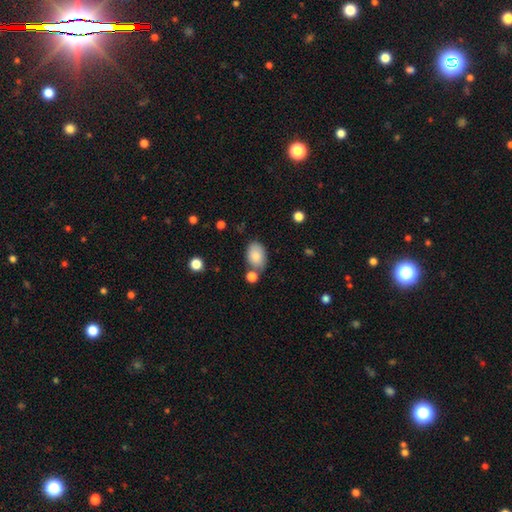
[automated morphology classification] smooth 82%, featured or disk 10%, star or artifact 7%. Down the decision tree: how rounded — in between (88%); merging — none (68%).